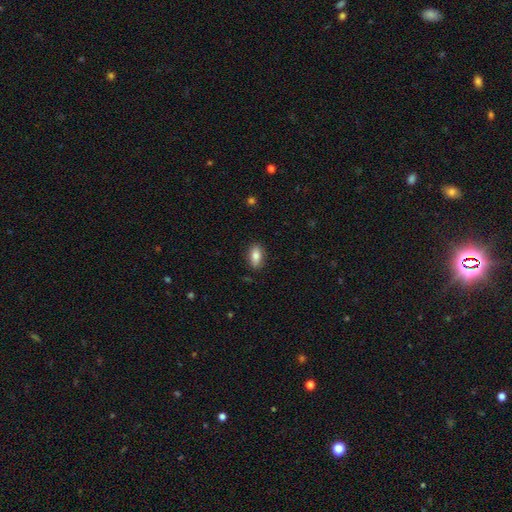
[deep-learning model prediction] The model was most divided on "smooth or featured": smooth: 83%, featured or disk: 10%, star or artifact: 7%. More confident: how rounded — in between (88%); merging — none (86%).